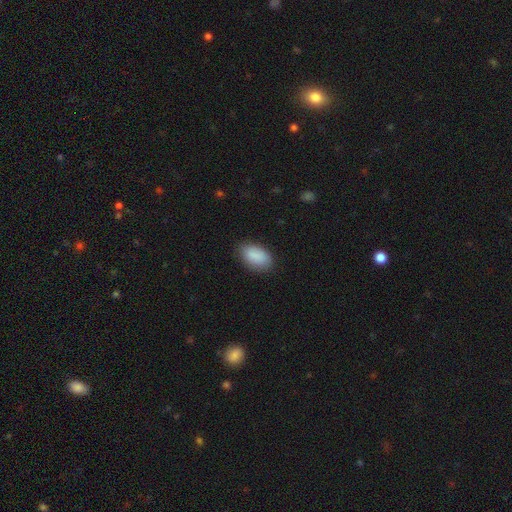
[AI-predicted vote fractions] Smooth or featured: smooth — 89% (star or artifact — 6%)
How rounded: in between — 93% (round — 6%)
Merging: none — 81% (minor disturbance — 15%)